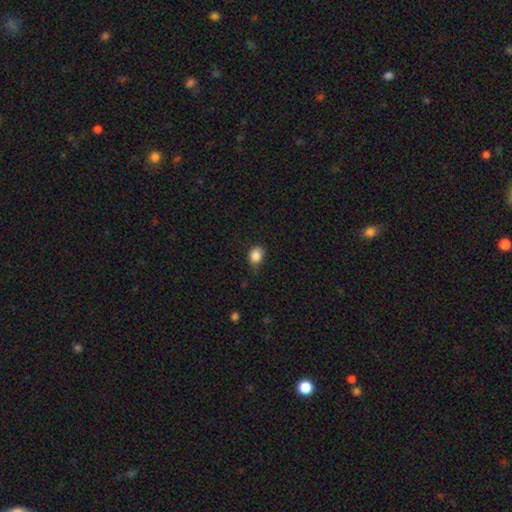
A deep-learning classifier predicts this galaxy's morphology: smooth 86%, star or artifact 9%, featured or disk 5%. Down the decision tree: how rounded — round (55%); merging — none (64%).